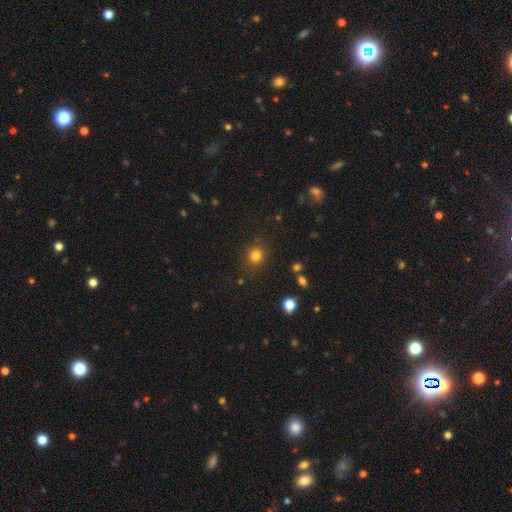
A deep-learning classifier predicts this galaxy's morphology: Smooth or featured? Predicted: smooth (p=0.80). How rounded? Predicted: round (p=0.85). Merging? Predicted: none (p=0.84).